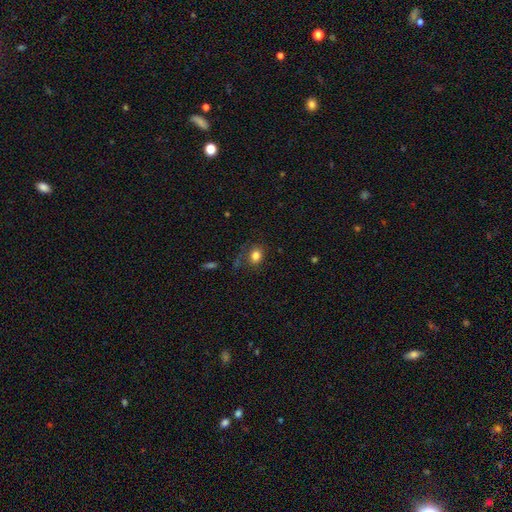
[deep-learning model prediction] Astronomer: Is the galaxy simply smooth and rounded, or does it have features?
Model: smooth — 81%.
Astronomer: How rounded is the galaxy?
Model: in between — 61% (runner-up: round, 37%).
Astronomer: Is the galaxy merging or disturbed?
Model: none — 67%.